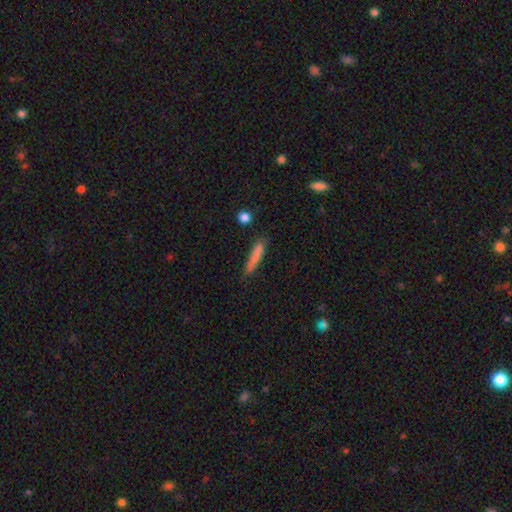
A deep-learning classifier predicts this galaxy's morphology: Overall: smooth (81%). How rounded: cigar-shaped (89%). Merging: none (76%).